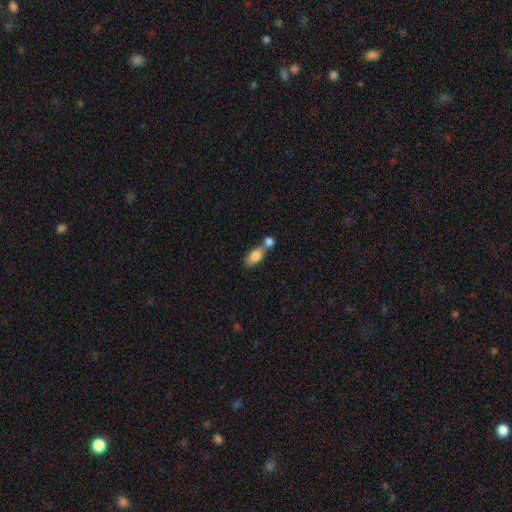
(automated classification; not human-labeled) Morphology: type=smooth (81%); roundness=in between (86%); merging=merger (54%).